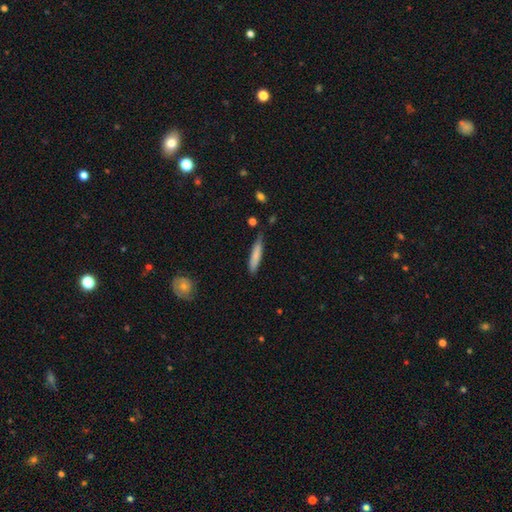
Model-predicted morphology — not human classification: type=smooth (79%); roundness=cigar-shaped (87%); merging=none (71%).